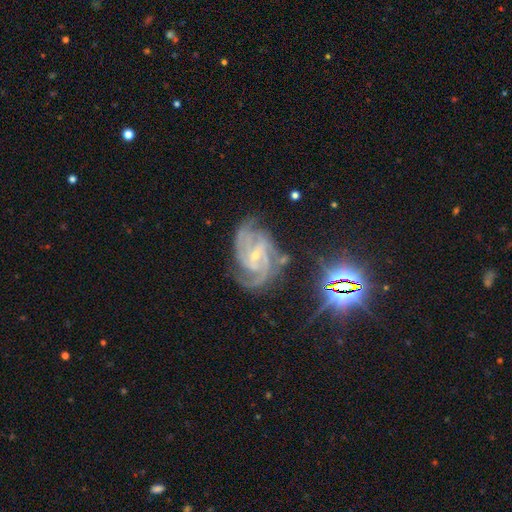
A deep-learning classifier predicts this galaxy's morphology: The model was most divided on "spiral winding": medium: 46%, tight: 45%, loose: 8%. Remaining: spiral arms — yes (98%); edge-on disk — no (97%); smooth or featured — featured or disk (89%); bulge size — small (74%); merging — none (65%); bar — weak (45%); spiral arm count — 3 (41%).